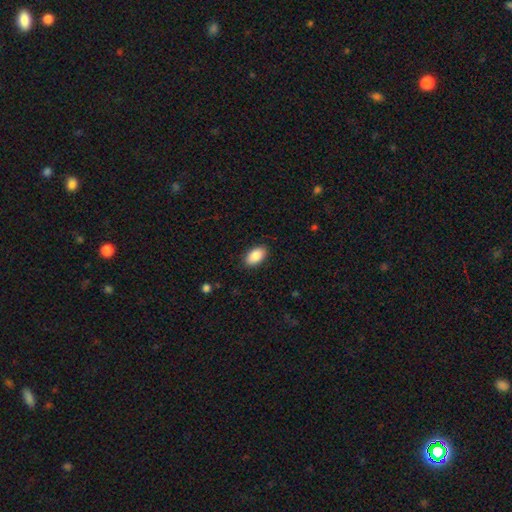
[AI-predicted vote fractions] smooth_or_featured: smooth (p=0.89) [alt: star or artifact p=0.07]
how_rounded: in between (p=0.94) [alt: round p=0.04]
merging: none (p=0.88) [alt: minor disturbance p=0.09]